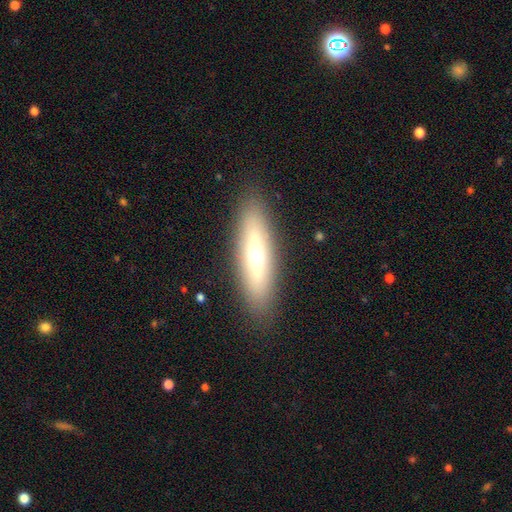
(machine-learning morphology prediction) This appears to be a featured or disk galaxy (48%). Merging: none (87%).